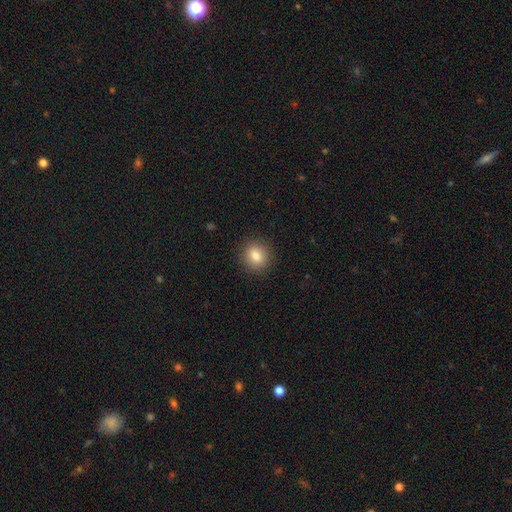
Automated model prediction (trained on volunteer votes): smooth 83%, star or artifact 10%, featured or disk 7%. Down the decision tree: how rounded — round (75%); merging — none (89%).